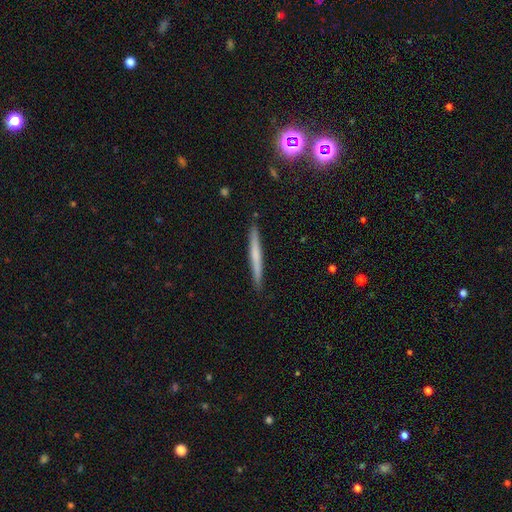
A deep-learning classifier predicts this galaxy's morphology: Smooth or featured: smooth — 54% (featured or disk — 40%)
How rounded: cigar-shaped — 97% (in between — 2%)
Merging: none — 91% (minor disturbance — 6%)